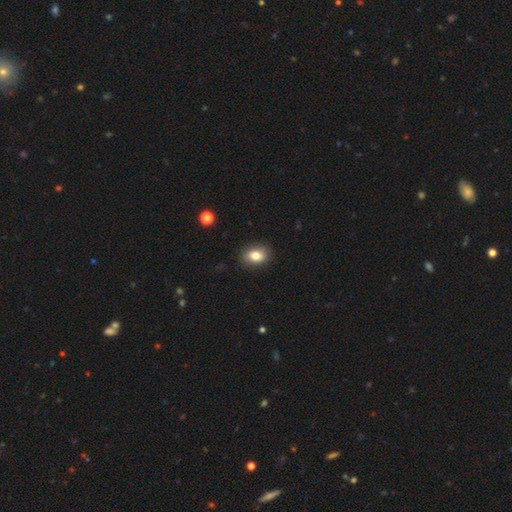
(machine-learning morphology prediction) type=smooth (82%); roundness=in between (78%); merging=none (87%).